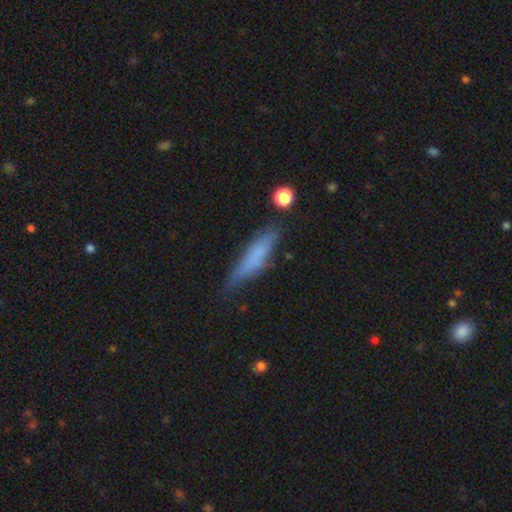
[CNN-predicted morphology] The model was most divided on "smooth or featured": smooth: 64%, featured or disk: 27%, star or artifact: 9%. More confident: how rounded — cigar-shaped (80%); merging — none (67%).